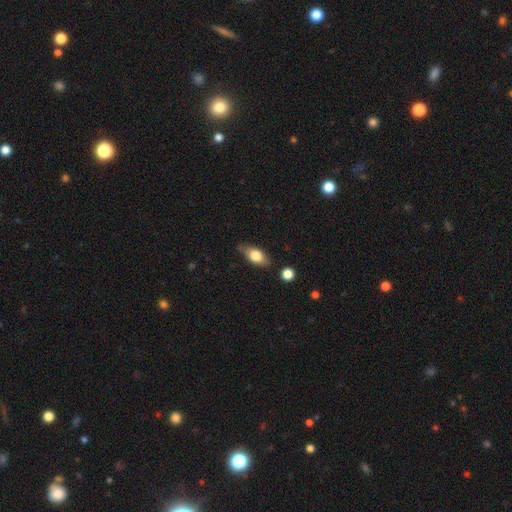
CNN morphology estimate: type=smooth (74%); roundness=in between (85%); merging=none (73%).